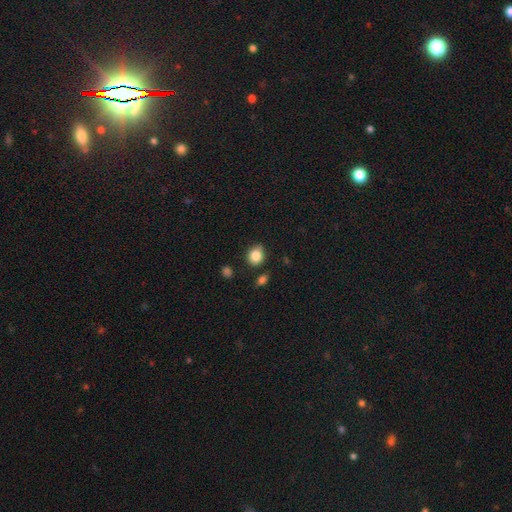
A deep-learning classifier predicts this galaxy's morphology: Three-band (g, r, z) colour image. It shows a smooth galaxy with no disk features (86%) that is round (72%). Merging: none (76%).